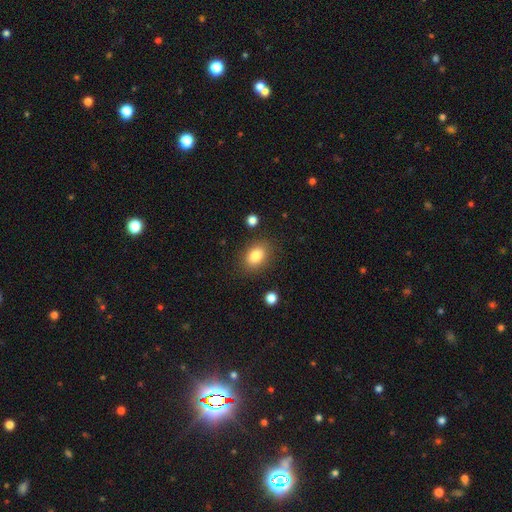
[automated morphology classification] A smooth galaxy with no disk features (83%) that is in between round and cigar-shaped (79%). Merging: none (83%).